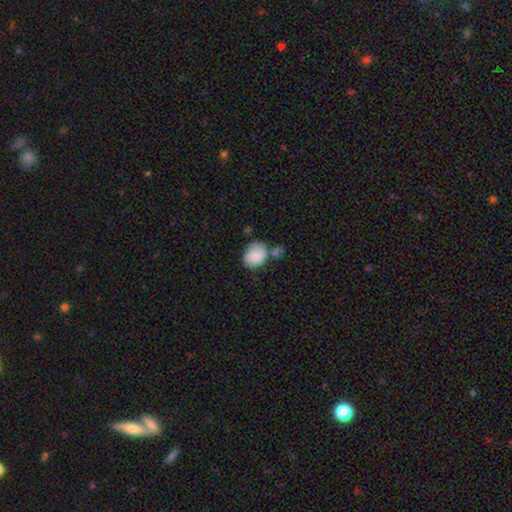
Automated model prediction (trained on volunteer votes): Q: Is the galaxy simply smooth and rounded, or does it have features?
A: smooth — 83%.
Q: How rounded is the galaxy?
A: in between — 52%.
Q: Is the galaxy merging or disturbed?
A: none — 47%.